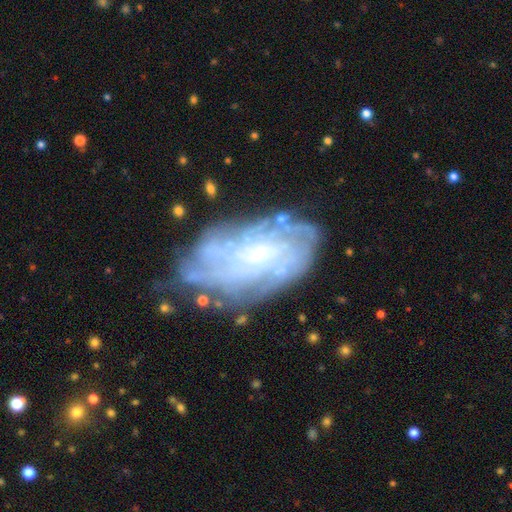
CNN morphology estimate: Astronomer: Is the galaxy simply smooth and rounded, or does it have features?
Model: featured or disk — 80%.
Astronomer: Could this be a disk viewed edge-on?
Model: no — 95%.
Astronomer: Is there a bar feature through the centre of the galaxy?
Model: no — 71%.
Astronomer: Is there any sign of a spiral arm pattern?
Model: yes — 89%.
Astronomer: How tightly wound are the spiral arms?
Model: tight — 69%.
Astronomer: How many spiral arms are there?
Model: can't tell — 47%.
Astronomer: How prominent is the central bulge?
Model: small — 80%.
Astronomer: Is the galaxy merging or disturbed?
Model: none — 70%.